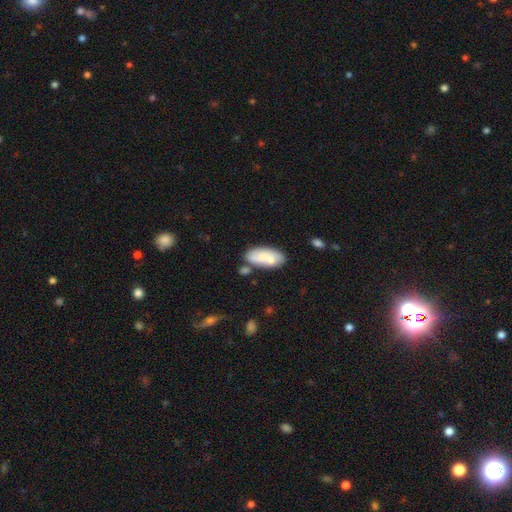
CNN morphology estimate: smooth-or-featured: smooth: 68% | featured or disk: 25% | star or artifact: 6%
  how-rounded: in between: 89% | cigar-shaped: 8% | round: 3%
  merging: none: 57% | minor disturbance: 19% | merger: 19% | major disturbance: 5%